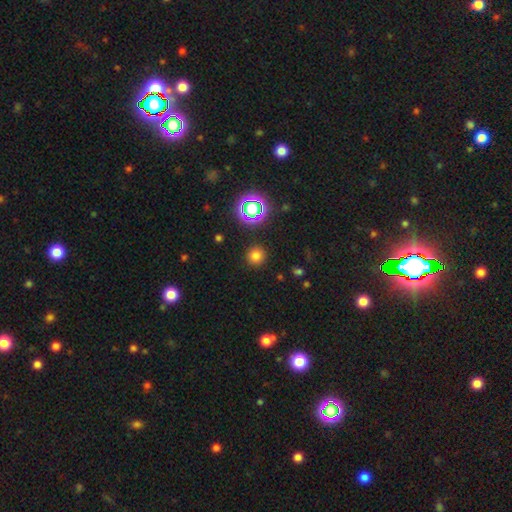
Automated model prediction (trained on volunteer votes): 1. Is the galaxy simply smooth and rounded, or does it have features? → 75% smooth, 20% star or artifact, 6% featured or disk.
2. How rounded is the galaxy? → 94% round, 5% in between, 1% cigar-shaped.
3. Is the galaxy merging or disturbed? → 90% none, 6% minor disturbance, 3% major disturbance, 2% merger.